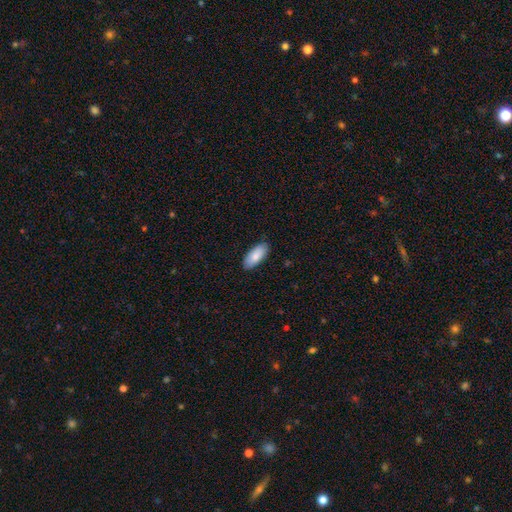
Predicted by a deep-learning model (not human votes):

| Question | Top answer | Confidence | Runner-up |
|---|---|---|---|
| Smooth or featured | smooth | 84% | featured or disk (11%) |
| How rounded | in between | 87% | cigar-shaped (11%) |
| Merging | none | 85% | minor disturbance (12%) |